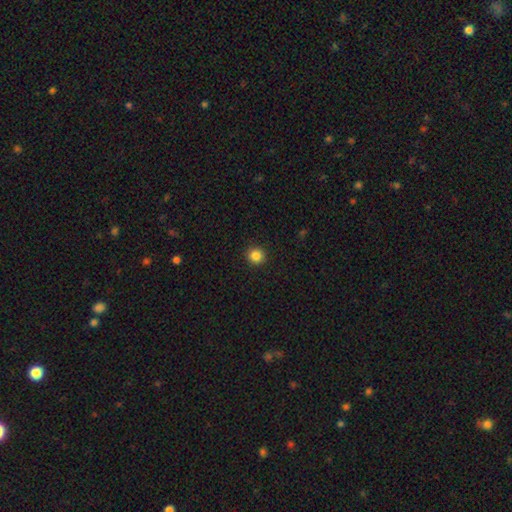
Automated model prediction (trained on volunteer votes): Smooth or featured: smooth — 85% (star or artifact — 11%)
How rounded: round — 94% (in between — 5%)
Merging: none — 93% (minor disturbance — 5%)